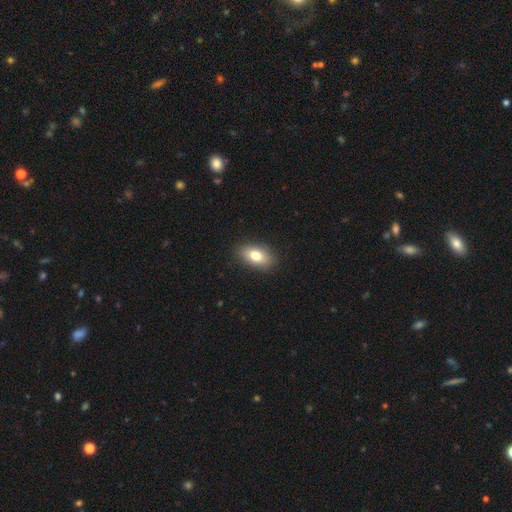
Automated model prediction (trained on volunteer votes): This is likely a smooth galaxy (80%). How rounded: clearly in between (89%). Merging: clearly none (87%).